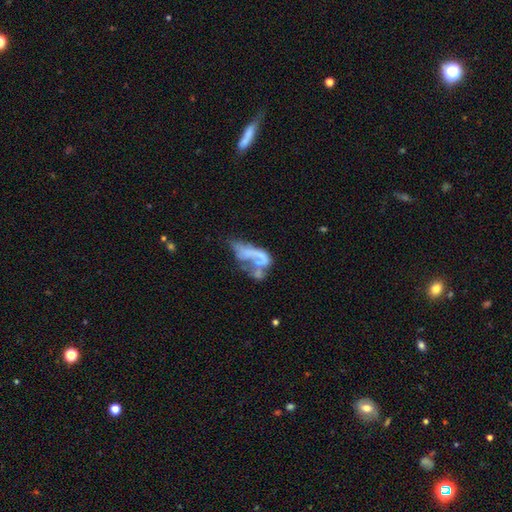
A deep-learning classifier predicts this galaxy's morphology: A featured or disk galaxy (56%) with no bar (85%), no spiral arms (85%) and no central bulge (71%). Merging: merger (38%).